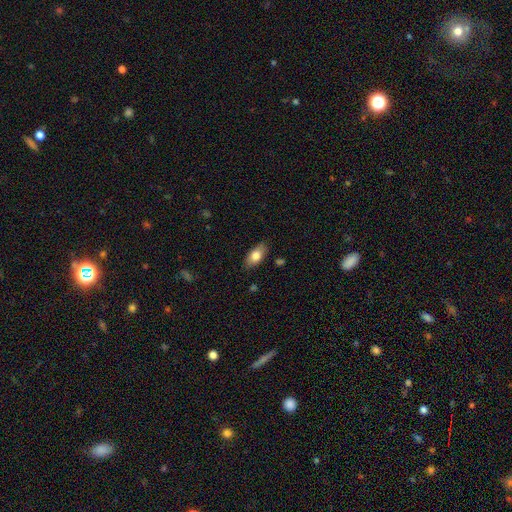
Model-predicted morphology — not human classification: Smooth or featured: smooth — 77% (featured or disk — 16%)
How rounded: in between — 88% (cigar-shaped — 7%)
Merging: none — 85% (minor disturbance — 12%)